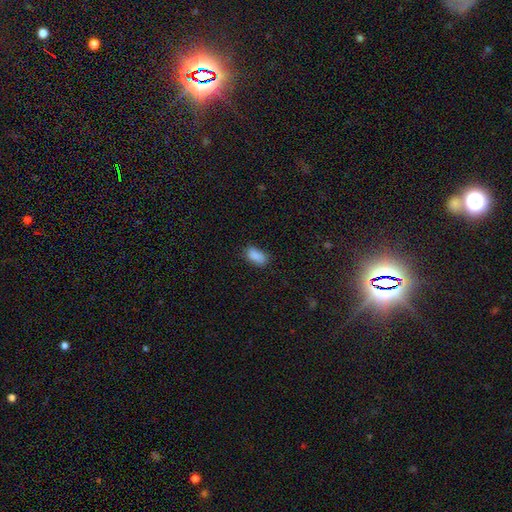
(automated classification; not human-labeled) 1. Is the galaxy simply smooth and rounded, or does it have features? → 87% smooth, 9% star or artifact, 4% featured or disk.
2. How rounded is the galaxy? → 91% in between, 5% round, 4% cigar-shaped.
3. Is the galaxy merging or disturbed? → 74% none, 20% minor disturbance, 4% major disturbance, 2% merger.